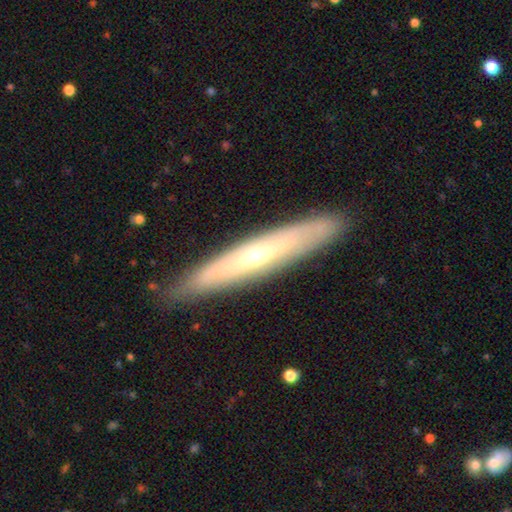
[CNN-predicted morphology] This is likely a featured or disk galaxy (63%). It is likely viewed edge-on (75%). Merging: clearly none (87%).